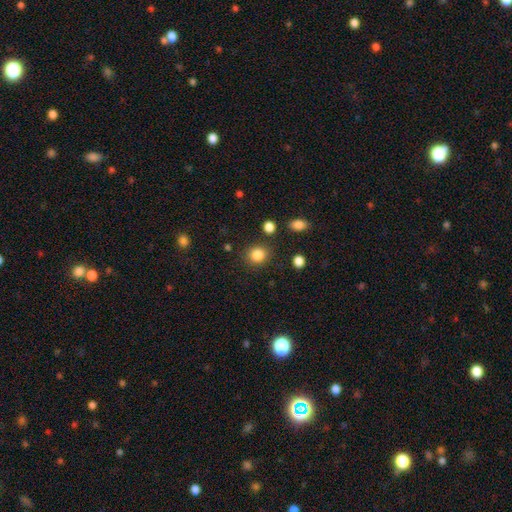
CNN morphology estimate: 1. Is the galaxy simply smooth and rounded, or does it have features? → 85% smooth, 11% star or artifact, 4% featured or disk.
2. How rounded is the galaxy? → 81% round, 18% in between, 1% cigar-shaped.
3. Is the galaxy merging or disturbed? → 85% none, 8% minor disturbance, 3% major disturbance, 3% merger.